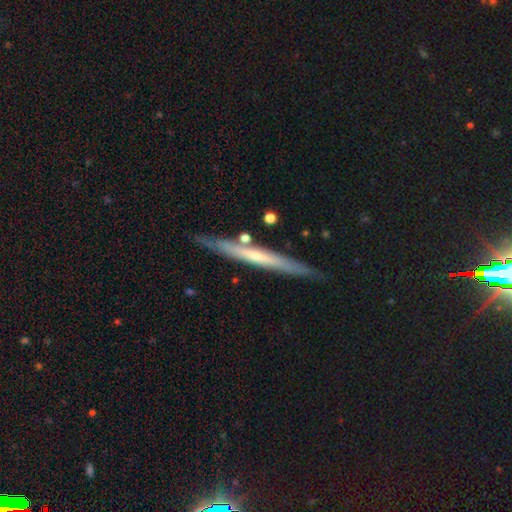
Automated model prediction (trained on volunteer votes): smooth-or-featured: featured or disk: 59% | smooth: 35% | star or artifact: 6%
  disk-edge-on: yes: 93% | no: 7%
    edge-on-bulge: none: 69% | rounded: 26% | boxy: 5%
  merging: none: 82% | minor disturbance: 11% | merger: 4% | major disturbance: 2%